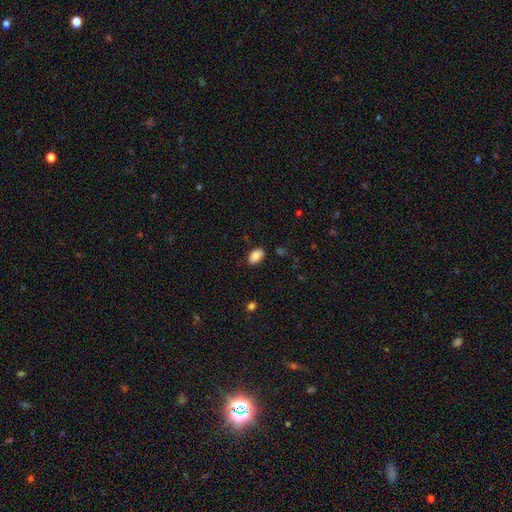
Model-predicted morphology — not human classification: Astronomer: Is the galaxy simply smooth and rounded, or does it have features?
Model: smooth — 88%.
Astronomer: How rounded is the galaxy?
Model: in between — 92%.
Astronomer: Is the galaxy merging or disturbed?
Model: none — 85%.